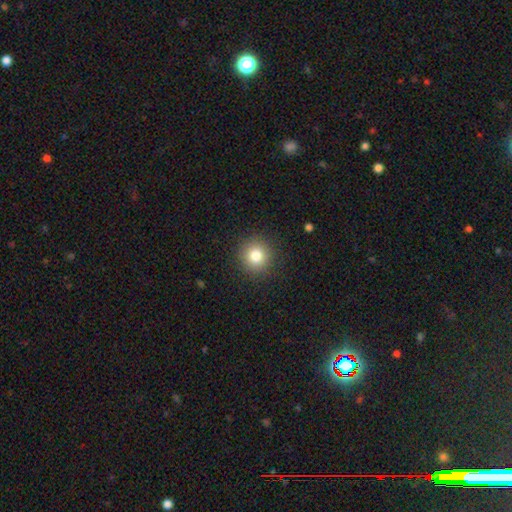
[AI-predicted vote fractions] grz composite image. It shows a smooth galaxy with no disk features (81%) that is round (94%). Merging: none (91%).